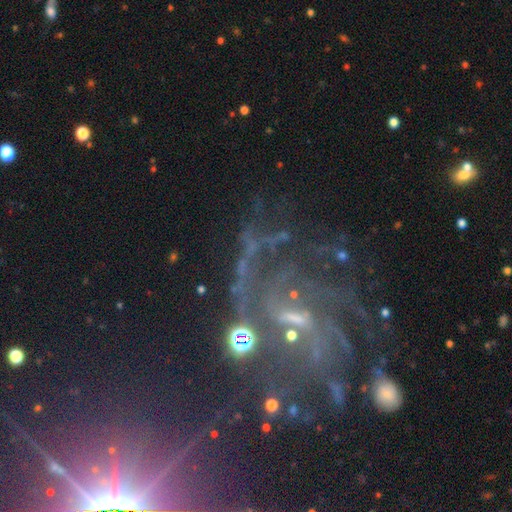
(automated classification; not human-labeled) smooth-or-featured: featured or disk: 71% | star or artifact: 21% | smooth: 8%
  disk-edge-on: no: 97% | yes: 3%
    bar: weak: 42% | no: 37% | strong: 22%
    has-spiral-arms: yes: 91% | no: 9%
      spiral-winding: medium: 40% (tied) | tight: 40% (tied) | loose: 20%
      spiral-arm-count: can't tell: 29% | 2: 19% | 3: 16% | 4: 14% | more than 4: 11% | 1: 10%
    bulge-size: small: 57% | moderate: 20% | none: 18% | large: 3% | dominant: 2%
  merging: none: 53% | major disturbance: 24% | minor disturbance: 16% | merger: 6%